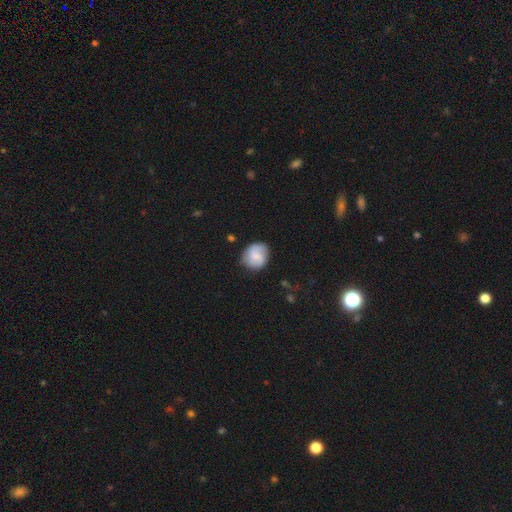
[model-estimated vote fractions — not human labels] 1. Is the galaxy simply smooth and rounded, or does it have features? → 54% smooth, 38% featured or disk, 7% star or artifact.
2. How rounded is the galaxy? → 75% round, 24% in between, 1% cigar-shaped.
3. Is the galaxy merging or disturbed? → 75% none, 18% minor disturbance, 5% major disturbance, 2% merger.